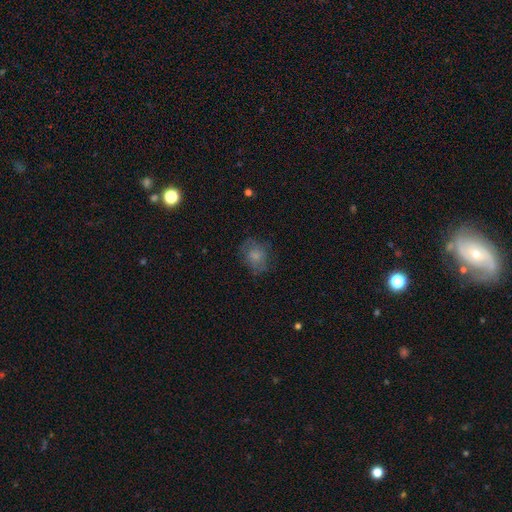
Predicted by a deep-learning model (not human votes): smooth_or_featured: smooth (p=0.72) [alt: featured or disk p=0.18]
how_rounded: round (p=0.65) [alt: in between p=0.34]
merging: none (p=0.68) [alt: minor disturbance p=0.21]